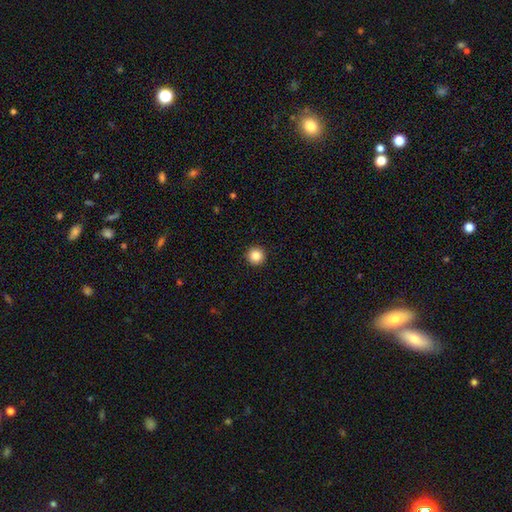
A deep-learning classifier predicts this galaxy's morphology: The model was most divided on "smooth or featured": smooth: 86%, star or artifact: 10%, featured or disk: 4%. More confident: how rounded — round (96%); merging — none (94%).